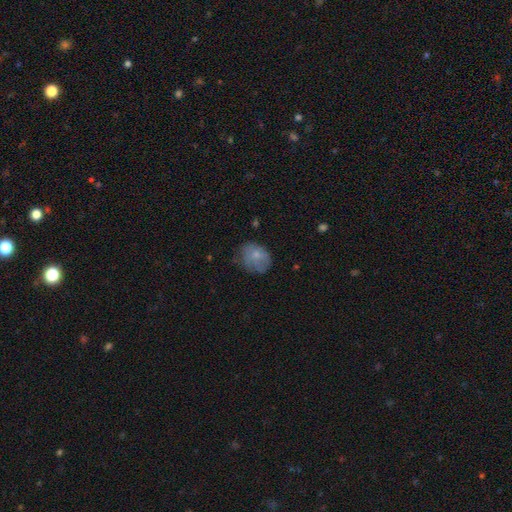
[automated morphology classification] Smooth or featured? Predicted: smooth (p=0.72). How rounded? Predicted: round (p=0.51). Merging? Predicted: none (p=0.54).